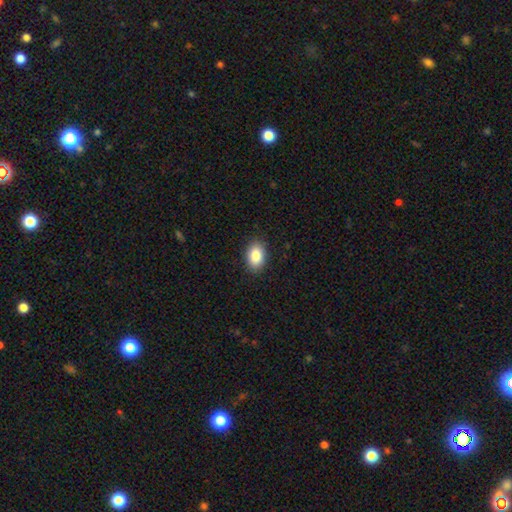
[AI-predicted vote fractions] This is clearly a smooth galaxy (88%). How rounded: clearly in between (89%). Merging: clearly none (89%).